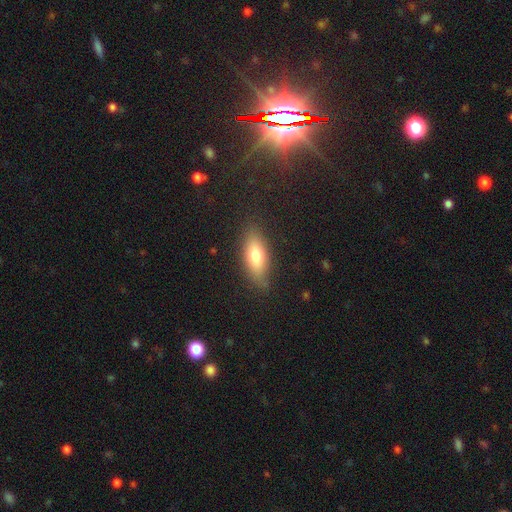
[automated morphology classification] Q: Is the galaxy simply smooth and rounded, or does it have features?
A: smooth — 73%.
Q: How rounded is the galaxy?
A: in between — 79%.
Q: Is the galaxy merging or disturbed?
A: none — 80%.